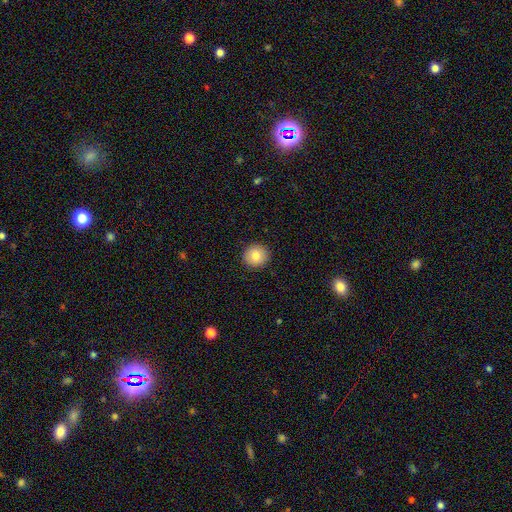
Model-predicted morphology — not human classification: Smooth or featured? smooth (83%)
How rounded? round (89%)
Merging? none (92%)